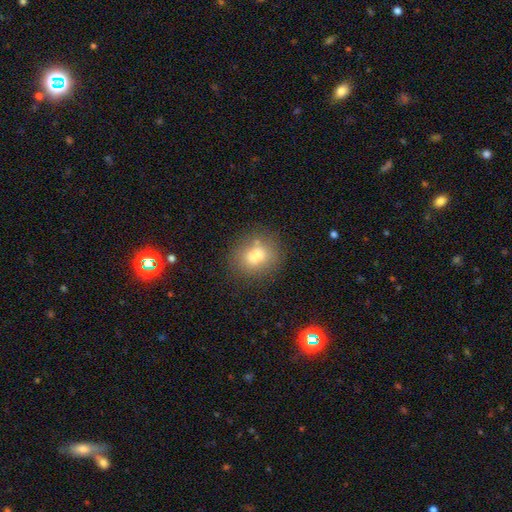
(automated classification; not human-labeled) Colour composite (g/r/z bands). It shows a smooth galaxy with no disk features (74%) that is round (60%). Merging: none (68%).